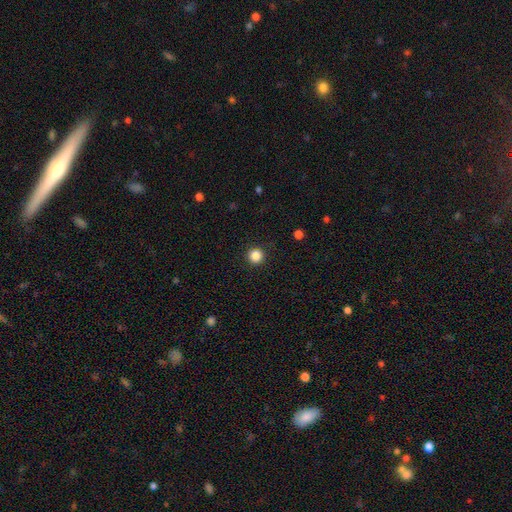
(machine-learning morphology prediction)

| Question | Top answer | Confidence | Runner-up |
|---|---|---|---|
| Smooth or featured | smooth | 86% | star or artifact (11%) |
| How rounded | round | 95% | in between (4%) |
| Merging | none | 91% | minor disturbance (6%) |